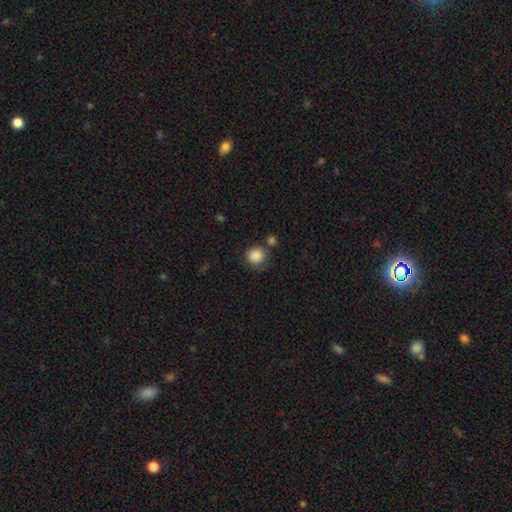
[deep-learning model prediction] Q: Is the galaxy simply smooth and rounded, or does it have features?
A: smooth — 87%.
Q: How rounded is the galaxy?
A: round — 88%.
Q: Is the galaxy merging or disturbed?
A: none — 72%.